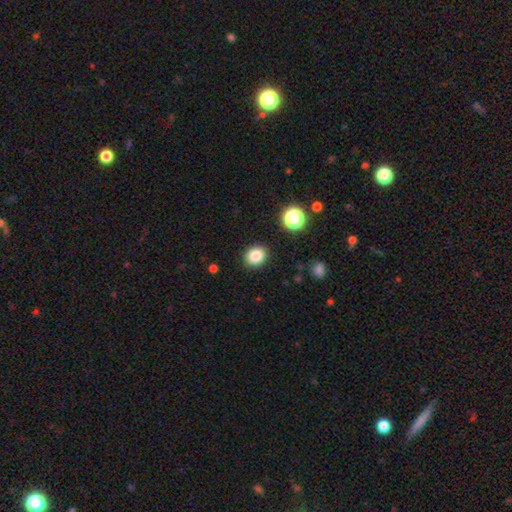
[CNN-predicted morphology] Smooth or featured?
  - smooth: 84% *
  - star or artifact: 11%
  - featured or disk: 5%
How rounded?
  - round: 61% *
  - in between: 38%
  - cigar-shaped: 1%
Merging?
  - none: 88% *
  - minor disturbance: 8%
  - major disturbance: 2%
  - merger: 2%